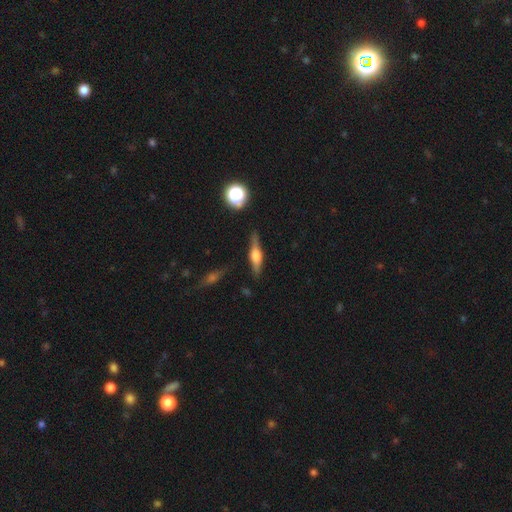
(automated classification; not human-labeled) Smooth or featured? featured or disk (64%)
Edge-on disk? yes (96%)
Edge-on bulge? rounded (86%)
Merging? none (84%)